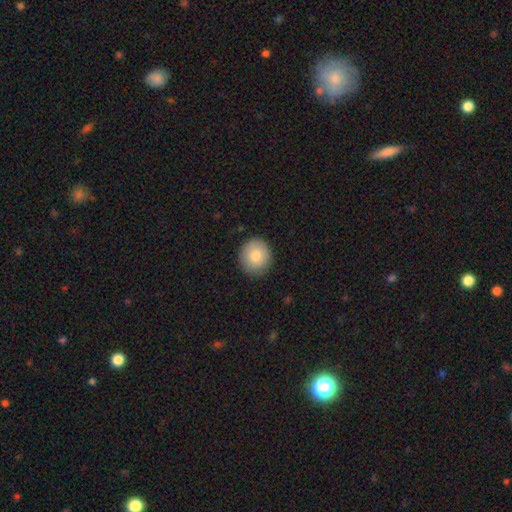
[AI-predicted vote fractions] smooth-or-featured: smooth: 81% | featured or disk: 12% | star or artifact: 8%
  how-rounded: round: 82% | in between: 17% | cigar-shaped: 1%
  merging: none: 87% | minor disturbance: 10% | major disturbance: 2% | merger: 1%